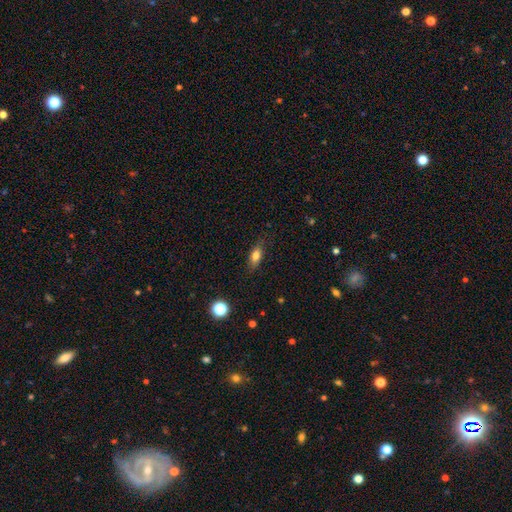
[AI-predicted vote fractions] Q: Smooth or featured?
A: smooth (79%); runner-up: featured or disk (11%)
Q: How rounded?
A: in between (79%); runner-up: cigar-shaped (14%)
Q: Merging?
A: none (81%); runner-up: minor disturbance (14%)